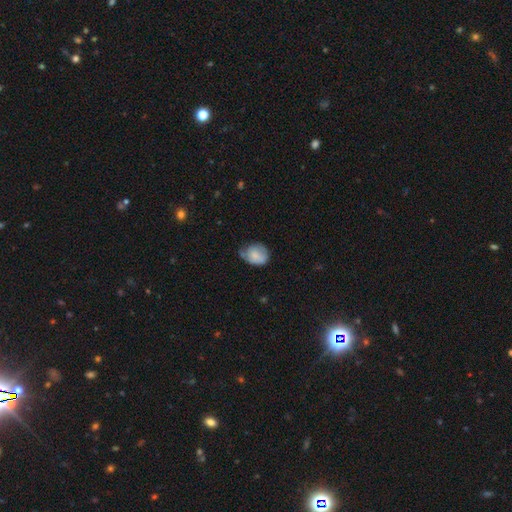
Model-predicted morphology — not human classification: smooth-or-featured: smooth: 74% | featured or disk: 19% | star or artifact: 7%
  how-rounded: in between: 52% | round: 47% | cigar-shaped: 1%
  merging: none: 42% | minor disturbance: 41% | major disturbance: 14% | merger: 3%